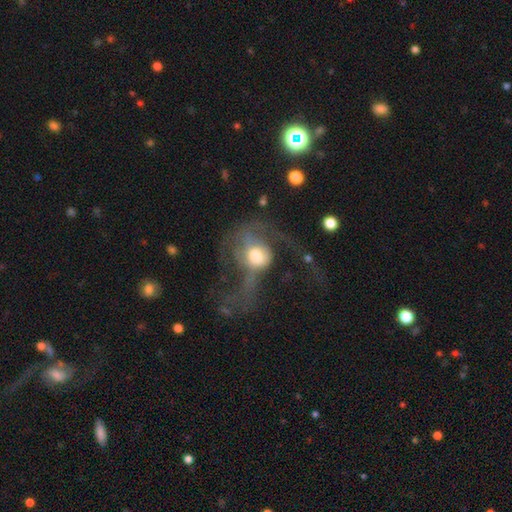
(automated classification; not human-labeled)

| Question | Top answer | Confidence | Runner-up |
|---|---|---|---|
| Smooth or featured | featured or disk | 53% | smooth (38%) |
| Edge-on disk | no | 95% | yes (5%) |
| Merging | major disturbance | 63% | none (19%) |